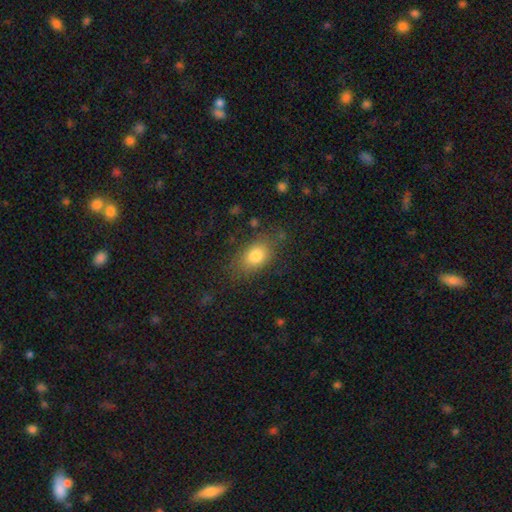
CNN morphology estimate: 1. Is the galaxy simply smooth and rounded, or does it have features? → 81% smooth, 11% featured or disk, 9% star or artifact.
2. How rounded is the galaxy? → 82% in between, 15% round, 3% cigar-shaped.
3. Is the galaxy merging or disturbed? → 76% none, 16% minor disturbance, 6% major disturbance, 2% merger.